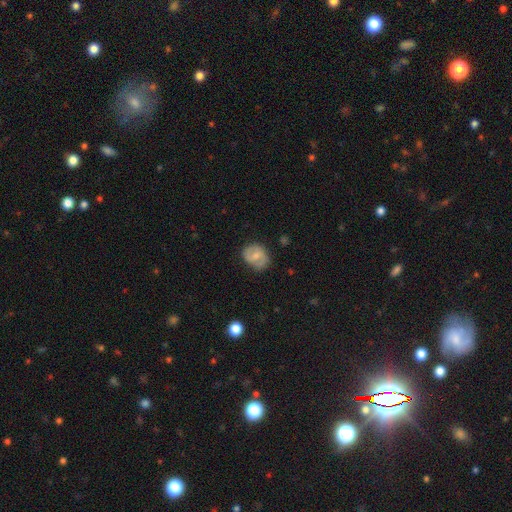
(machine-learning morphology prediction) A featured or disk galaxy (47%). Merging: none (70%).